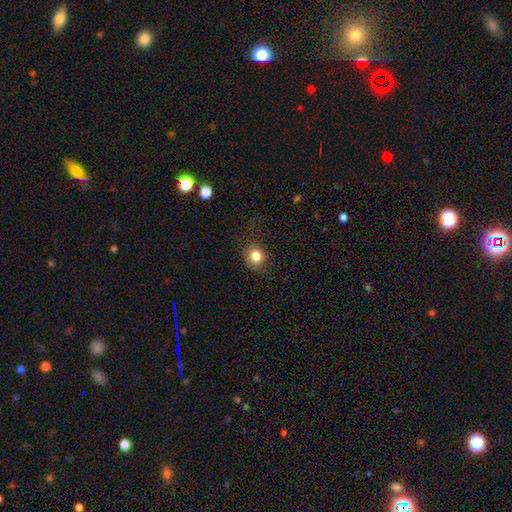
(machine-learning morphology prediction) This appears to be a smooth galaxy with no disk features (82%) that is round (74%). Merging: none (77%).